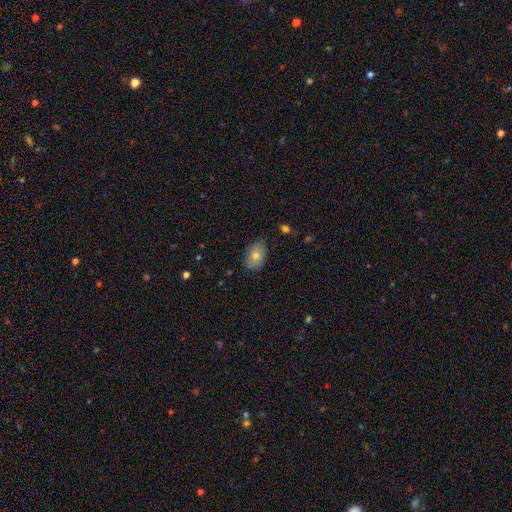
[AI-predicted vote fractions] This is likely a smooth galaxy (71%). How rounded: clearly in between (83%). Merging: likely none (79%).